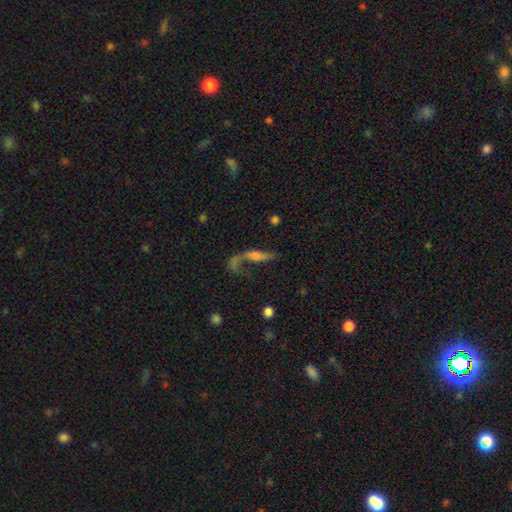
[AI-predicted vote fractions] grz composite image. It shows a featured or disk galaxy (64%). Merging: none (39%).